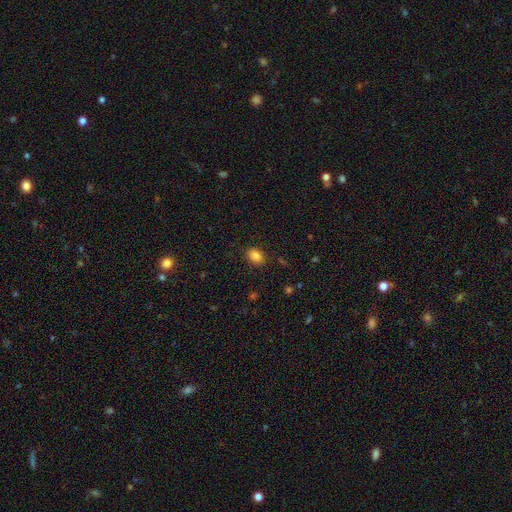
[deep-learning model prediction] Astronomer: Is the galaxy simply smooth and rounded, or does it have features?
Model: smooth — 85%.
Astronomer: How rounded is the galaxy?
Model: in between — 73%.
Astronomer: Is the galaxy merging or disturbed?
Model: none — 85%.